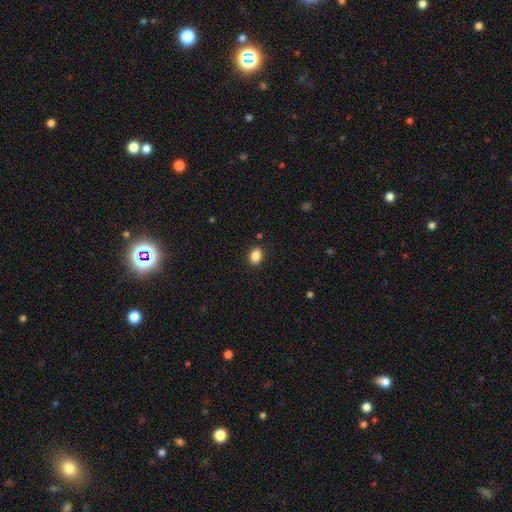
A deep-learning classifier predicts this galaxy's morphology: Smooth or featured: smooth — 86% (star or artifact — 10%)
How rounded: in between — 58% (round — 41%)
Merging: none — 89% (minor disturbance — 7%)